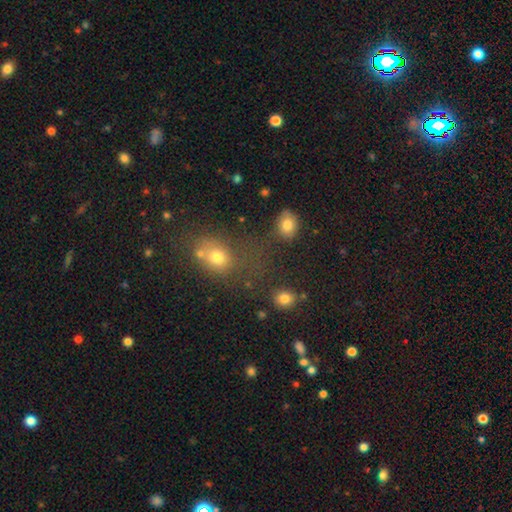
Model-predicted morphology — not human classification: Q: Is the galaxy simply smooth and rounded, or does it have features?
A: smooth — 56%.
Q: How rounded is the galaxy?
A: round — 62%.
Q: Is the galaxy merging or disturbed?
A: none — 58%.